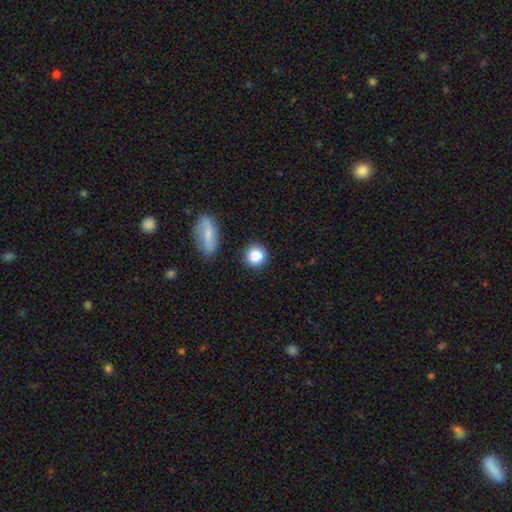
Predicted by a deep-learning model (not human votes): Smooth or featured: smooth — 84% (star or artifact — 9%)
How rounded: round — 89% (in between — 10%)
Merging: none — 84% (minor disturbance — 9%)